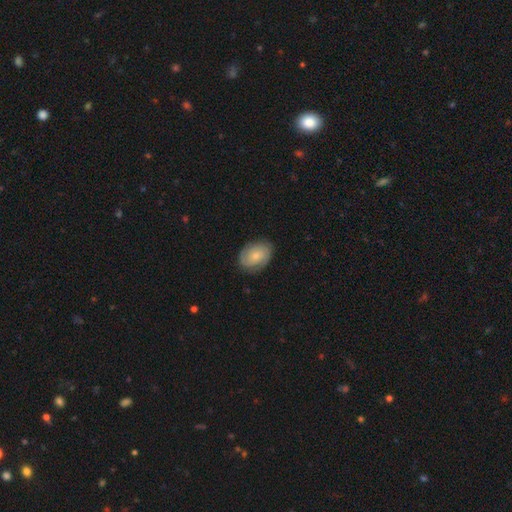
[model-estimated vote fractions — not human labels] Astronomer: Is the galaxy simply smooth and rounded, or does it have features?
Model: featured or disk — 49% (runner-up: smooth, 44%).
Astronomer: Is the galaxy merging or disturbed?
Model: none — 81%.